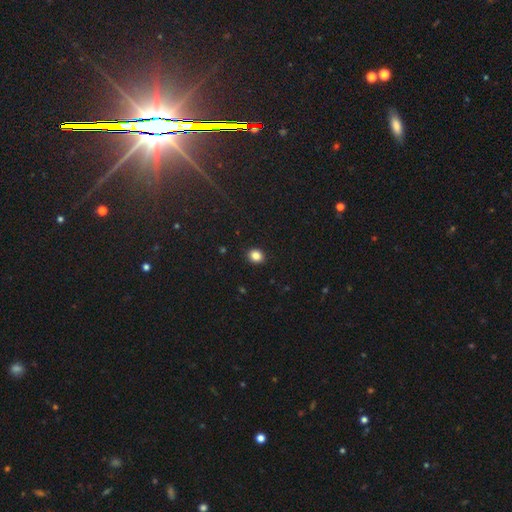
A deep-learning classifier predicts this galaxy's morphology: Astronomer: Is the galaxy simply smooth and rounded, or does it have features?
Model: smooth — 85%.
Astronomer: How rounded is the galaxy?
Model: round — 70%.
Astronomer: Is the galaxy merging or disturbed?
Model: none — 92%.